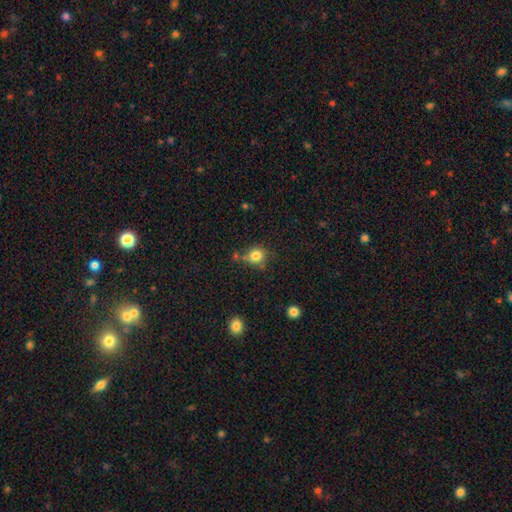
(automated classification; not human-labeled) smooth_or_featured: smooth (p=0.82) [alt: star or artifact p=0.11]
how_rounded: round (p=0.85) [alt: in between p=0.14]
merging: none (p=0.69) [alt: minor disturbance p=0.14]